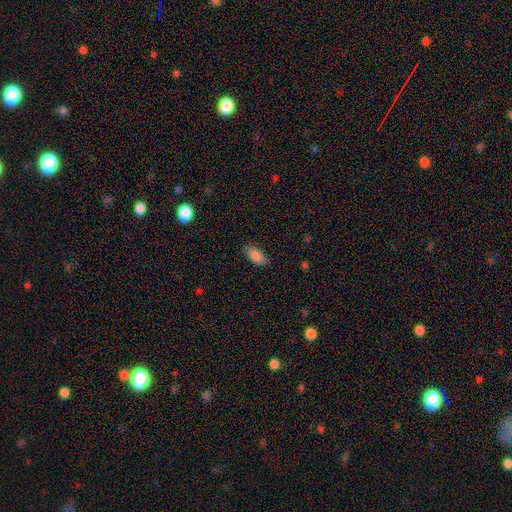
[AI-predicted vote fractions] smooth-or-featured: smooth: 85% | featured or disk: 8% | star or artifact: 8%
  how-rounded: in between: 91% | cigar-shaped: 5% | round: 4%
  merging: none: 80% | minor disturbance: 15% | major disturbance: 3% | merger: 1%